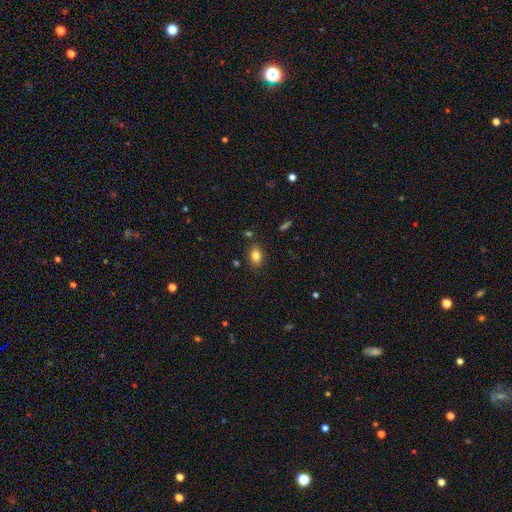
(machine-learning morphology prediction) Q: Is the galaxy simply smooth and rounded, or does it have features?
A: smooth — 80%.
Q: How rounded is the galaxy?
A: in between — 78%.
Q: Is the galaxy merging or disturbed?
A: none — 82%.